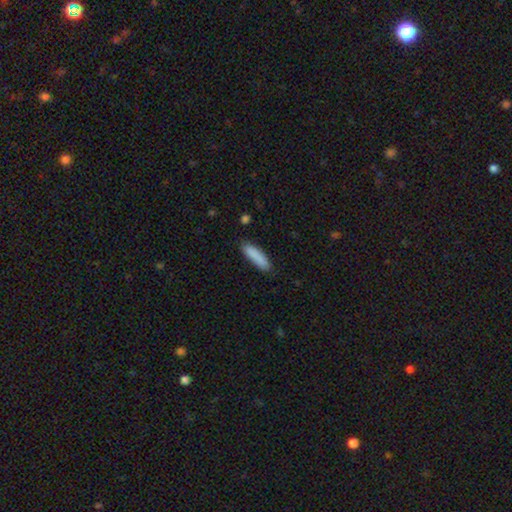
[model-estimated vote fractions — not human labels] The model was most divided on "how rounded": cigar-shaped: 70%, in between: 28%, round: 1%. More confident: smooth or featured — smooth (87%); merging — none (83%).